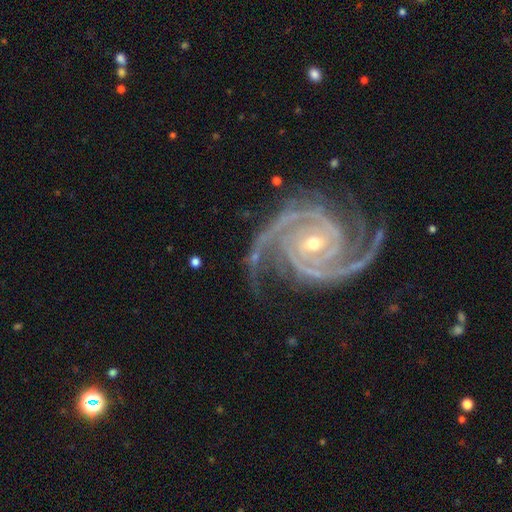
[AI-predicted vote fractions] Smooth or featured? featured or disk (92%)
Edge-on disk? no (98%)
Bar? no (50%)
Spiral arms? yes (99%)
Spiral winding? tight (63%)
Spiral arm count? 2 (41%)
Bulge size? small (54%)
Merging? none (69%)